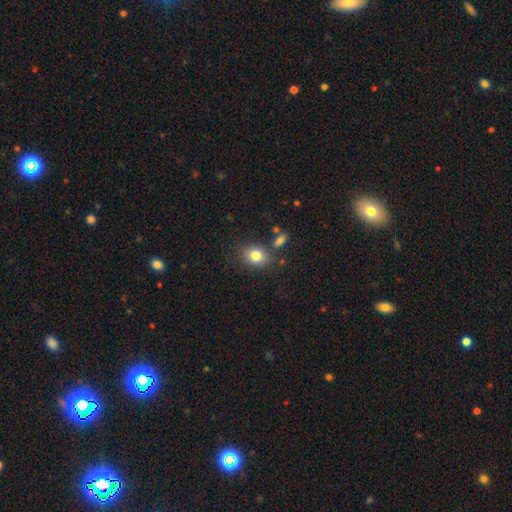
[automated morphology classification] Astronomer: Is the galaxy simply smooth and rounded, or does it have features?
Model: smooth — 81%.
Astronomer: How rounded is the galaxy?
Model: in between — 56% (runner-up: round, 43%).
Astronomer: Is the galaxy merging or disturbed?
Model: none — 78%.